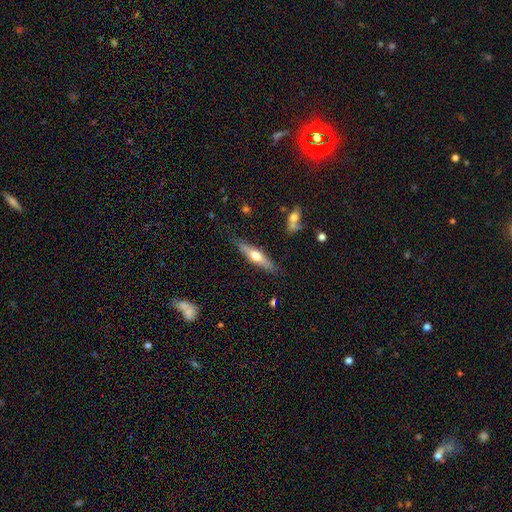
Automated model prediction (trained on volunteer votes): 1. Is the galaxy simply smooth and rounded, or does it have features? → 48% smooth, 47% featured or disk, 6% star or artifact.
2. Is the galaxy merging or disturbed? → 84% none, 12% minor disturbance, 2% major disturbance, 2% merger.